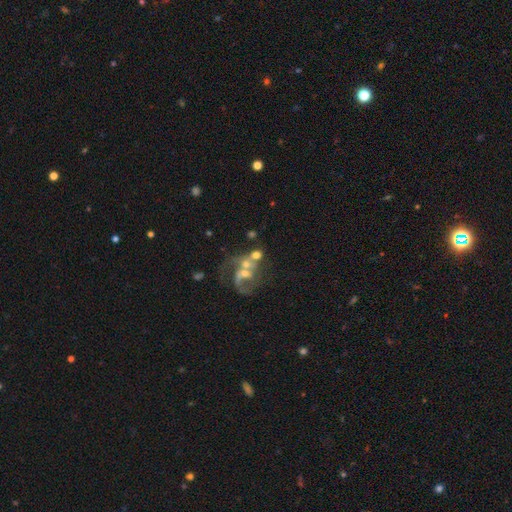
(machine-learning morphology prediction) Smooth or featured: featured or disk — 57% (smooth — 29%)
Edge-on disk: no — 97% (yes — 3%)
Bar: no — 65% (weak — 26%)
Spiral arms: yes — 58% (no — 42%)
Bulge size: moderate — 44% (small — 31%)
Merging: merger — 52% (none — 21%)